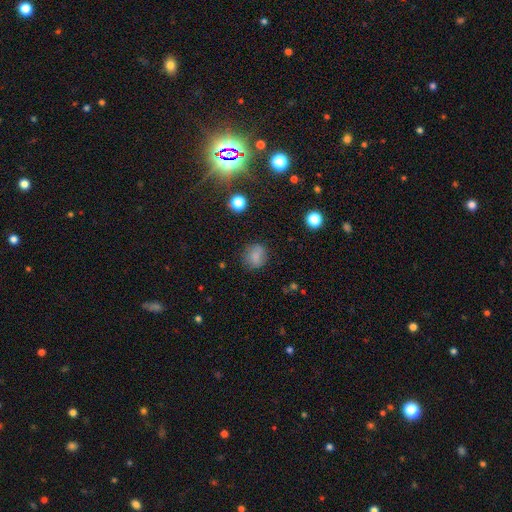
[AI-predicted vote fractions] smooth 79%, star or artifact 12%, featured or disk 9%. Down the decision tree: how rounded — round (70%); merging — none (75%).